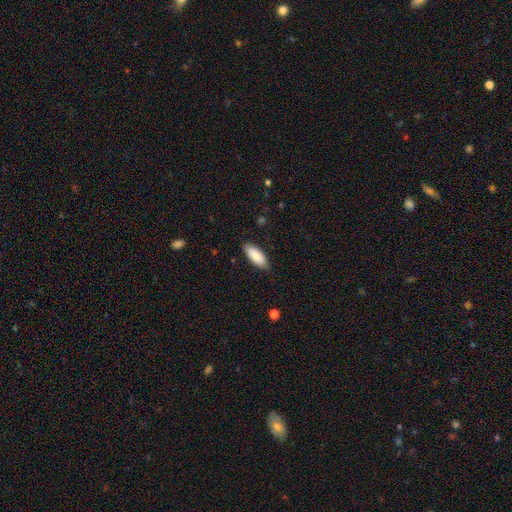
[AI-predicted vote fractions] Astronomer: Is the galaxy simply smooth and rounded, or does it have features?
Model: smooth — 86%.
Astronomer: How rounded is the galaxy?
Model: in between — 76%.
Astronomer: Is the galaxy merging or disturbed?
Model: none — 84%.